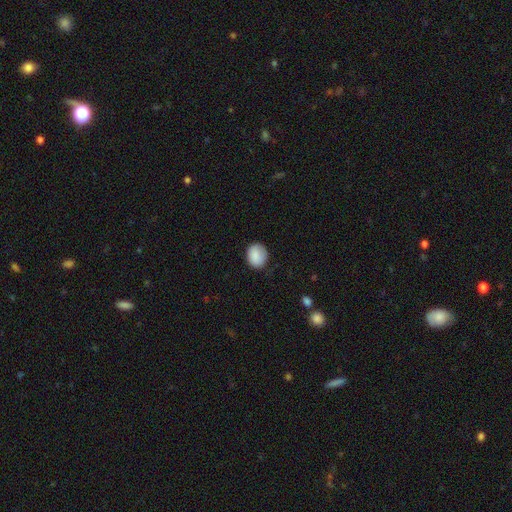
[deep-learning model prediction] Smooth or featured: smooth — 88% (star or artifact — 7%)
How rounded: round — 60% (in between — 39%)
Merging: none — 78% (minor disturbance — 17%)